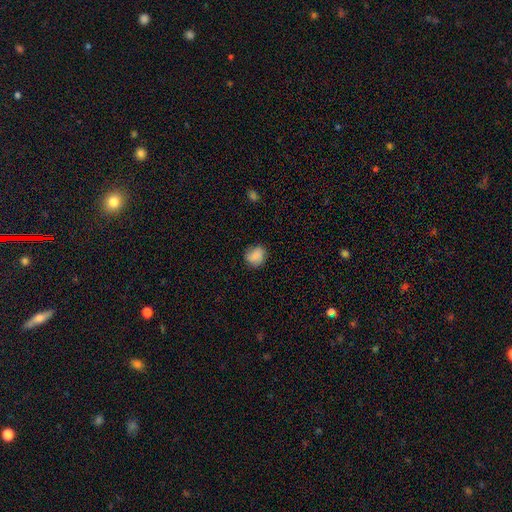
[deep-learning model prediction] This appears to be a smooth galaxy with no disk features (80%) that is round (75%). Merging: none (80%).